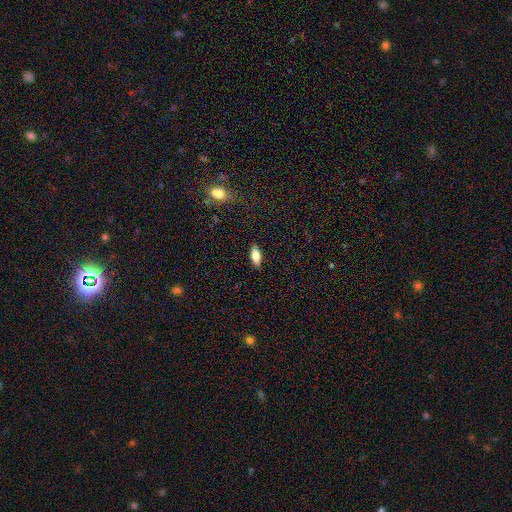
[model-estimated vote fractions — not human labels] Morphology: type=smooth (76%); roundness=in between (85%); merging=none (86%).